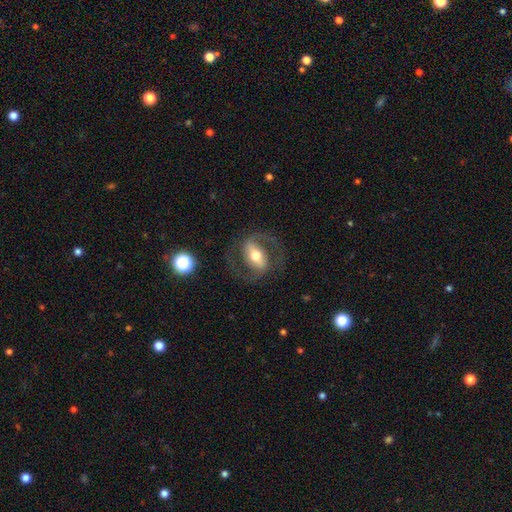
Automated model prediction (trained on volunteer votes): This appears to be a featured or disk galaxy (77%) with a strong bar (54%), 2 (89%) medium (57%) spiral arms (86%) and a moderate central bulge (68%). Merging: none (75%).